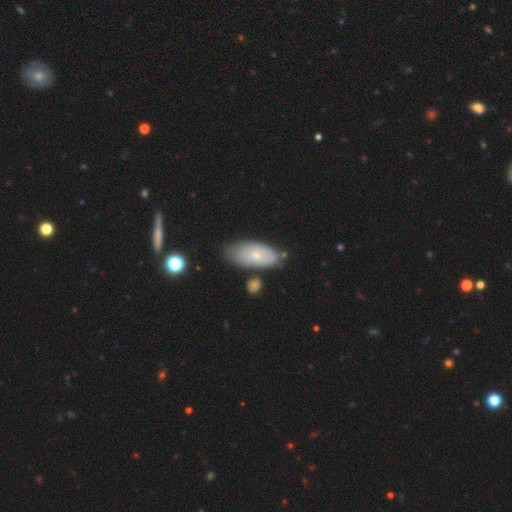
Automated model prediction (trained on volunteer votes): Smooth or featured: smooth — 61% (featured or disk — 32%)
How rounded: in between — 89% (cigar-shaped — 8%)
Merging: none — 63% (minor disturbance — 24%)